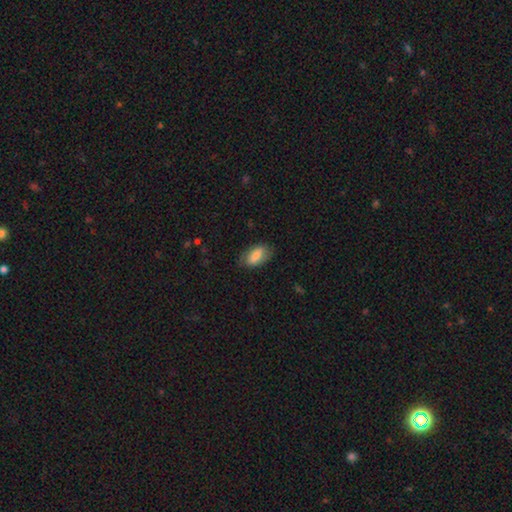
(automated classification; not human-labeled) Overall: smooth (74%). How rounded: in between (89%). Merging: none (77%).